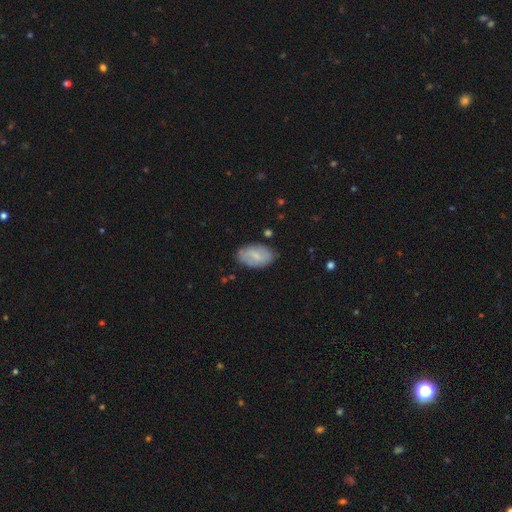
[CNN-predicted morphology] smooth_or_featured: smooth (p=0.63) [alt: featured or disk p=0.30]
how_rounded: in between (p=0.93) [alt: round p=0.05]
merging: none (p=0.78) [alt: minor disturbance p=0.17]